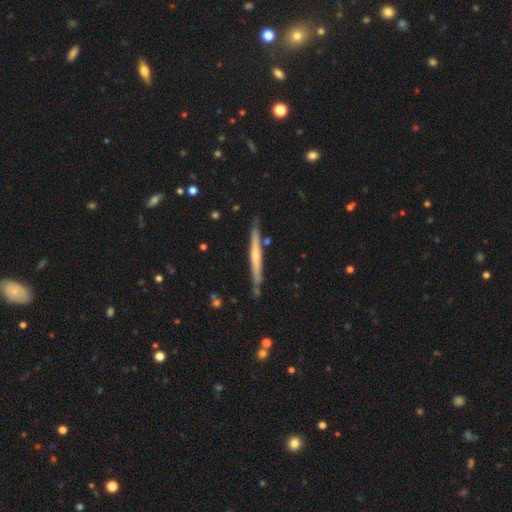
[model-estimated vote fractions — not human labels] Smooth or featured: featured or disk — 59% (smooth — 35%)
Edge-on disk: yes — 97% (no — 3%)
Edge-on bulge: none — 48% (rounded — 47%)
Merging: none — 83% (minor disturbance — 12%)